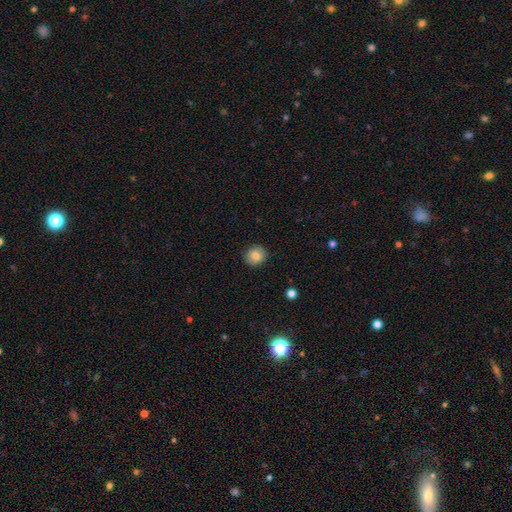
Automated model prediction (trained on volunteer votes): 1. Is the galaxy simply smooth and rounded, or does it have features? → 82% smooth, 10% featured or disk, 9% star or artifact.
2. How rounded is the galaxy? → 85% round, 14% in between, 1% cigar-shaped.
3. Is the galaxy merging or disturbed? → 90% none, 7% minor disturbance, 2% major disturbance, 1% merger.